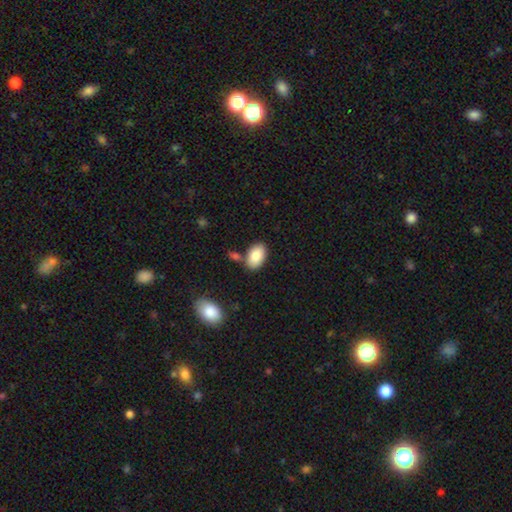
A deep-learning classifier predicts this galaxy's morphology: This is clearly a smooth galaxy (85%). How rounded: clearly in between (93%). Merging: likely none (74%).